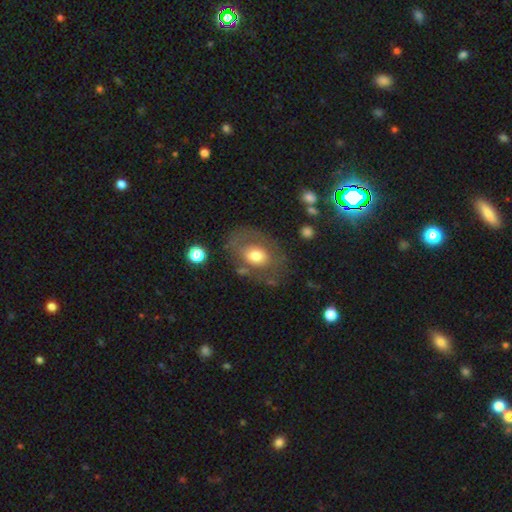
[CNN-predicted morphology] Smooth or featured? Predicted: smooth (p=0.54). How rounded? Predicted: in between (p=0.68). Merging? Predicted: none (p=0.64).